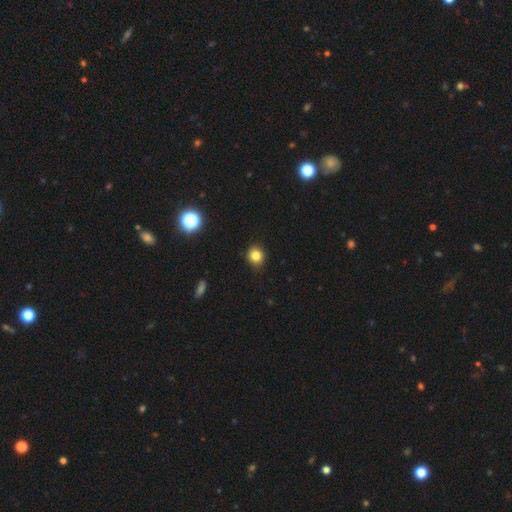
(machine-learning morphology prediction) type=smooth (82%); roundness=round (77%); merging=none (86%).